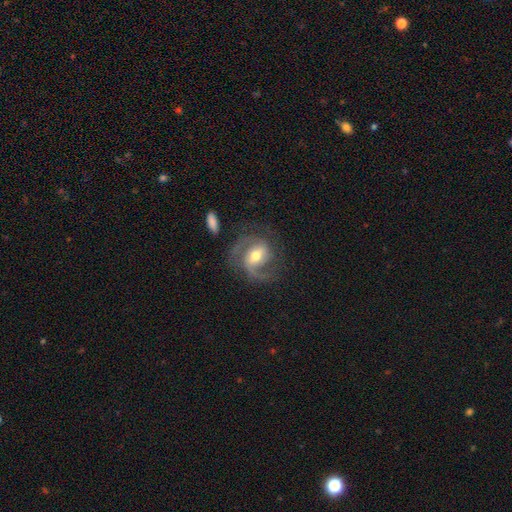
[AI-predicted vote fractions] Q: Smooth or featured?
A: featured or disk (84%); runner-up: smooth (10%)
Q: Edge-on disk?
A: no (97%); runner-up: yes (3%)
Q: Bar?
A: weak (48%); runner-up: no (27%)
Q: Spiral arms?
A: yes (96%); runner-up: no (4%)
Q: Spiral winding?
A: medium (53%); runner-up: tight (24%)
Q: Spiral arm count?
A: 2 (70%); runner-up: 1 (14%)
Q: Bulge size?
A: moderate (70%); runner-up: small (16%)
Q: Merging?
A: none (64%); runner-up: minor disturbance (17%)